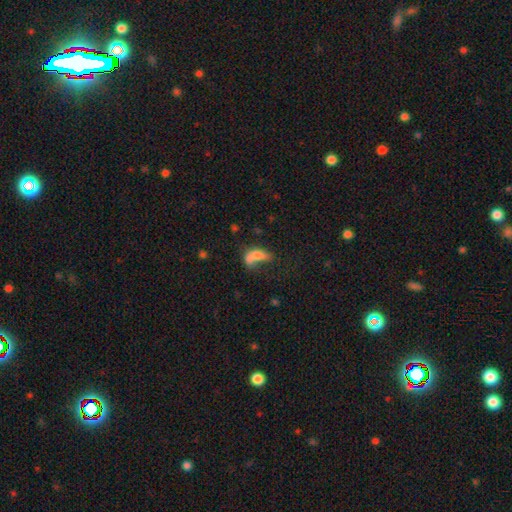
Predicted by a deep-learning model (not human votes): Smooth or featured: smooth — 67% (featured or disk — 22%)
How rounded: in between — 74% (cigar-shaped — 17%)
Merging: merger — 51% (none — 20%)